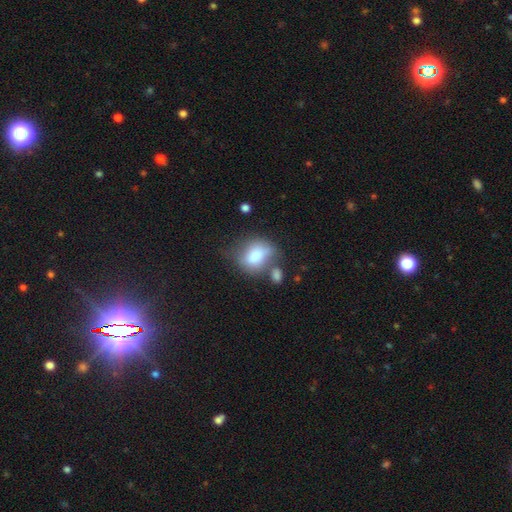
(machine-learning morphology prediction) Smooth or featured? Predicted: smooth (p=0.76). How rounded? Predicted: in between (p=0.67). Merging? Predicted: none (p=0.38).